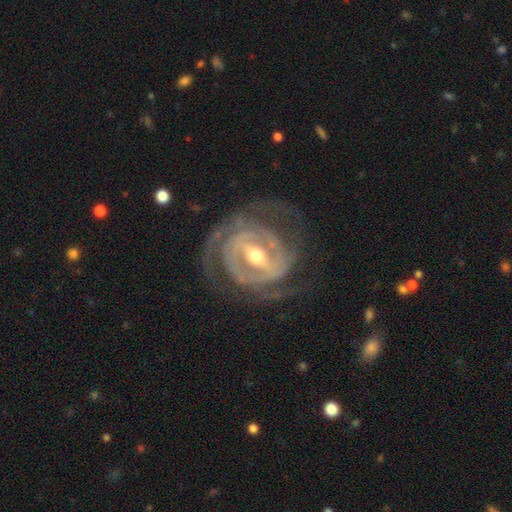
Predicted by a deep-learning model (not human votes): Smooth or featured: featured or disk — 91% (smooth — 5%)
Edge-on disk: no — 96% (yes — 4%)
Bar: strong — 62% (weak — 29%)
Spiral arms: yes — 95% (no — 5%)
Spiral winding: tight — 68% (medium — 26%)
Spiral arm count: 2 — 38% (3 — 24%)
Bulge size: moderate — 64% (small — 30%)
Merging: none — 73% (minor disturbance — 15%)